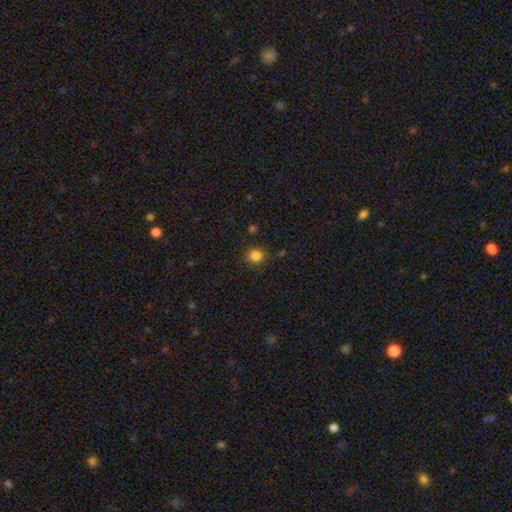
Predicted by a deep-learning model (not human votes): This is clearly a smooth galaxy (84%). How rounded: clearly round (86%). Merging: clearly none (85%).